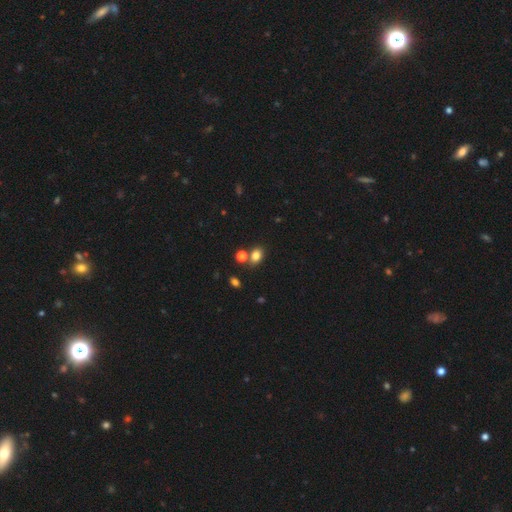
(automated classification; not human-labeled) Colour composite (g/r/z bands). It shows a smooth galaxy with no disk features (80%) that is in between round and cigar-shaped (64%). Merging: none (65%).